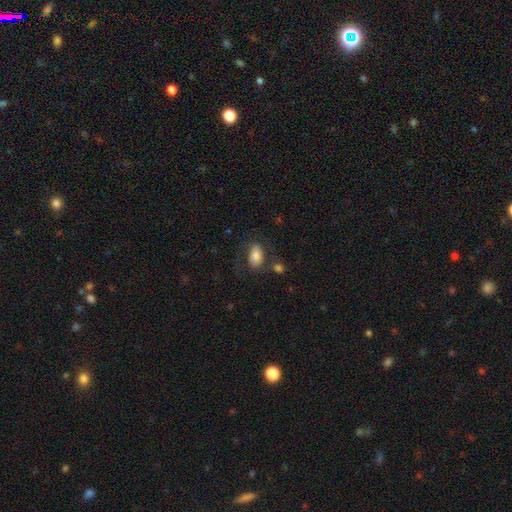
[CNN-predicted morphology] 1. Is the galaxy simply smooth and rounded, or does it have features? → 77% smooth, 16% featured or disk, 8% star or artifact.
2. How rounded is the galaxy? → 90% in between, 8% round, 2% cigar-shaped.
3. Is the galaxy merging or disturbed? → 65% none, 15% minor disturbance, 10% merger, 10% major disturbance.